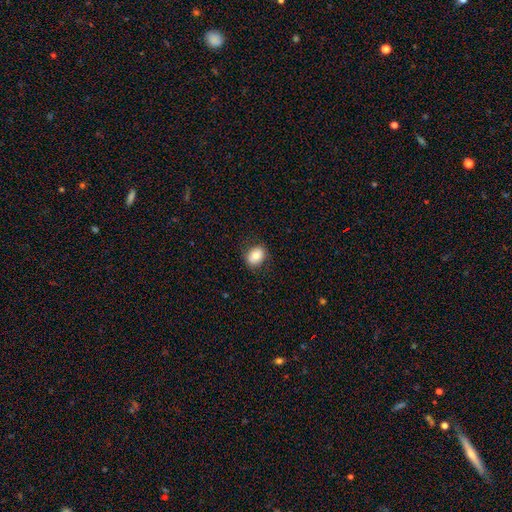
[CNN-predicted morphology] smooth-or-featured: smooth: 81% | featured or disk: 11% | star or artifact: 9%
  how-rounded: in between: 56% | round: 43% | cigar-shaped: 1%
  merging: none: 84% | minor disturbance: 12% | major disturbance: 3% | merger: 1%